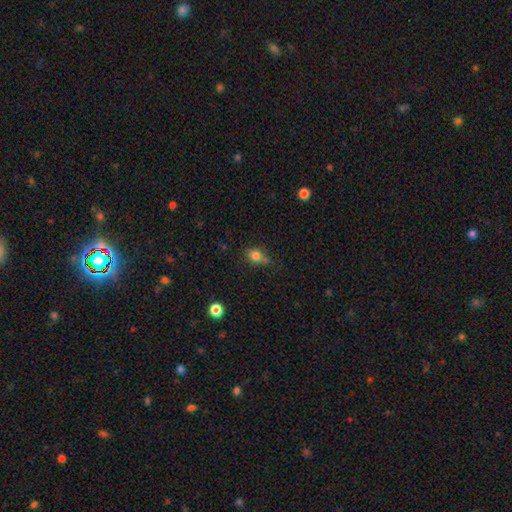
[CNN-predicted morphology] smooth_or_featured: smooth (p=0.78) [alt: star or artifact p=0.13]
how_rounded: round (p=0.54) [alt: in between p=0.44]
merging: none (p=0.58) [alt: minor disturbance p=0.27]